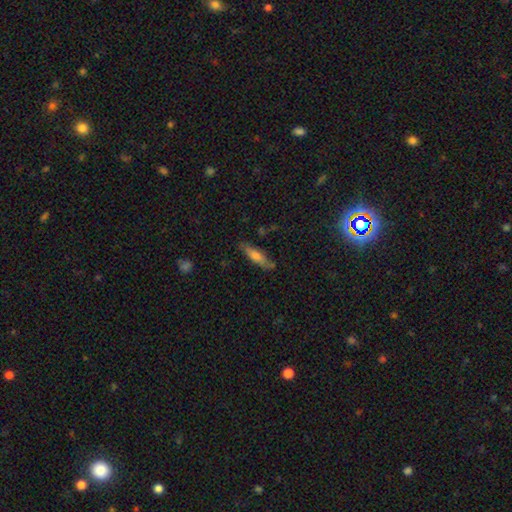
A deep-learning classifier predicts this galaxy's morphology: Smooth or featured: smooth — 61% (featured or disk — 32%)
How rounded: cigar-shaped — 70% (in between — 28%)
Merging: none — 78% (minor disturbance — 16%)